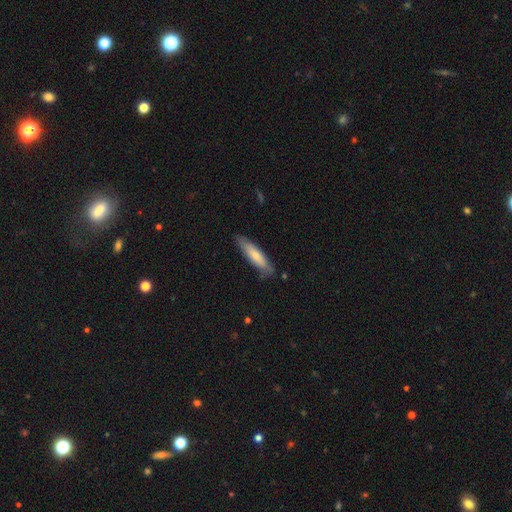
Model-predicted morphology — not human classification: A smooth galaxy with no disk features (71%) that is cigar-shaped (75%). Merging: none (80%).